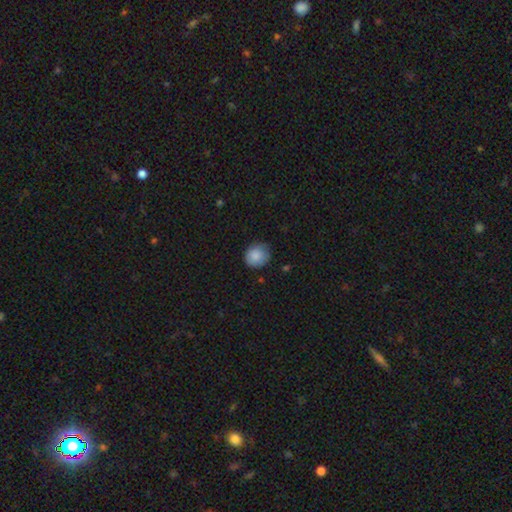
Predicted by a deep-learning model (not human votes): smooth-or-featured: smooth: 86% | star or artifact: 8% | featured or disk: 7%
  how-rounded: round: 79% | in between: 21% | cigar-shaped: 1%
  merging: none: 71% | minor disturbance: 24% | major disturbance: 4% | merger: 1%